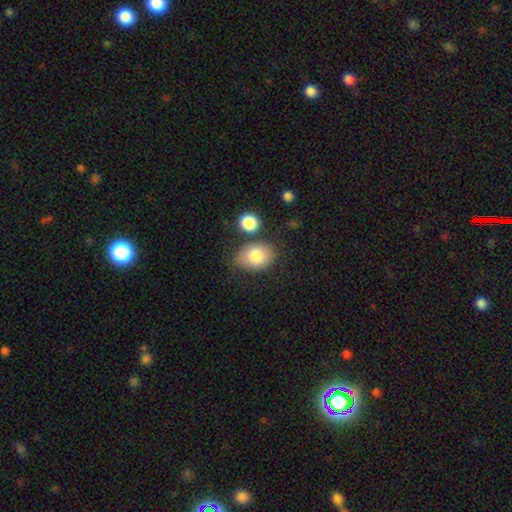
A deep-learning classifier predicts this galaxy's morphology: This is clearly a smooth galaxy (81%). How rounded: likely in between (76%). Merging: likely none (65%).